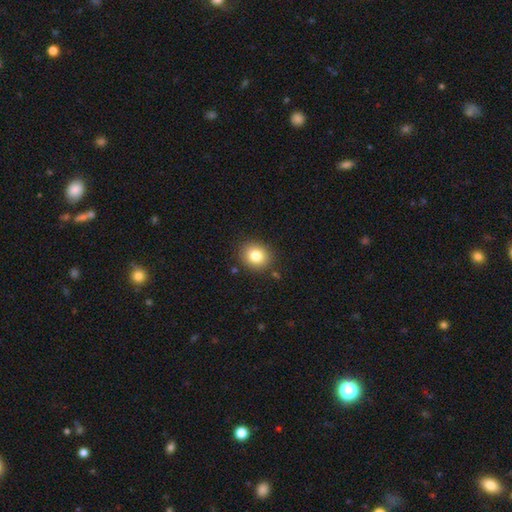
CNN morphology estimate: smooth-or-featured: smooth: 81% | star or artifact: 11% | featured or disk: 8%
  how-rounded: round: 74% | in between: 25% | cigar-shaped: 1%
  merging: none: 87% | minor disturbance: 8% | major disturbance: 2% | merger: 2%